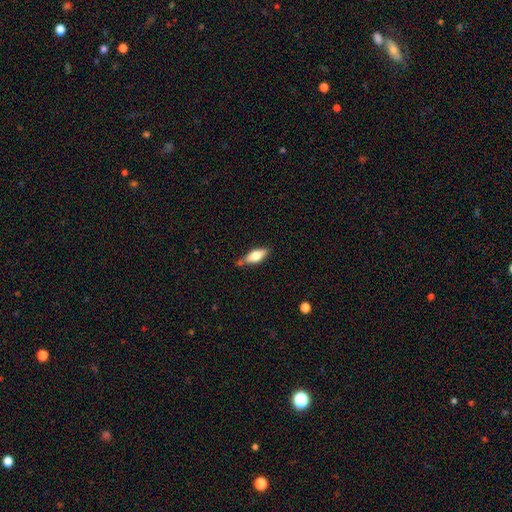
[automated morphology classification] Overall: smooth (68%). How rounded: in between (72%). Merging: none (69%).